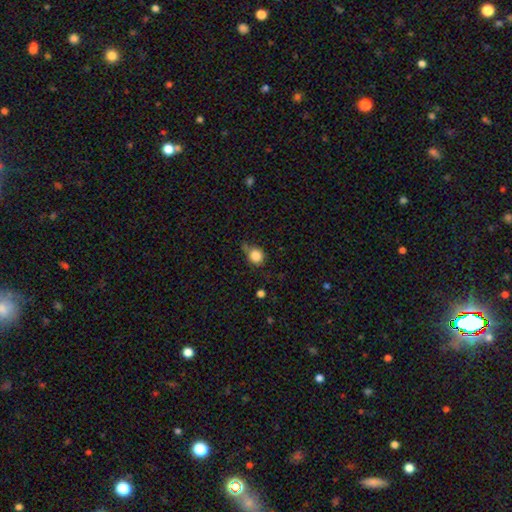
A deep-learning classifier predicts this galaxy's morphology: This is clearly a smooth galaxy (84%). How rounded: clearly round (86%). Merging: likely none (61%).